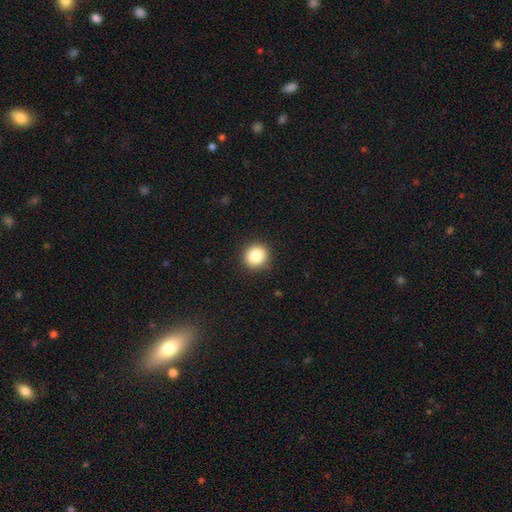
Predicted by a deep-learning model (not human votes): smooth 85%, star or artifact 10%, featured or disk 5%. Down the decision tree: how rounded — round (87%); merging — none (90%).